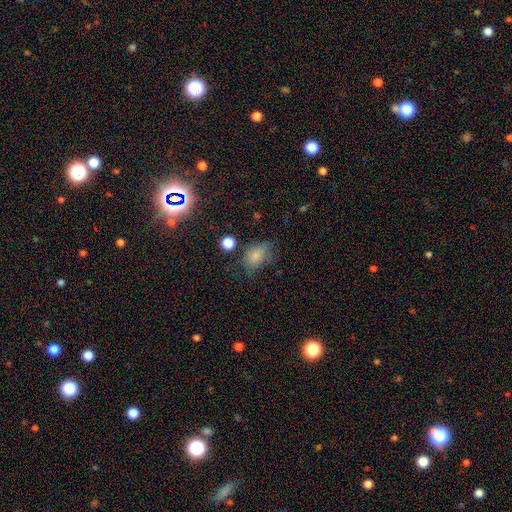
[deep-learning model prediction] A smooth galaxy with no disk features (78%) that is in between round and cigar-shaped (68%).

Vote fractions:
- Smooth or featured? smooth: 78% / star or artifact: 13% / featured or disk: 9%
- How rounded? in between: 68% / round: 31% / cigar-shaped: 1%
- Merging? none: 56% / minor disturbance: 27% / major disturbance: 12% / merger: 5%